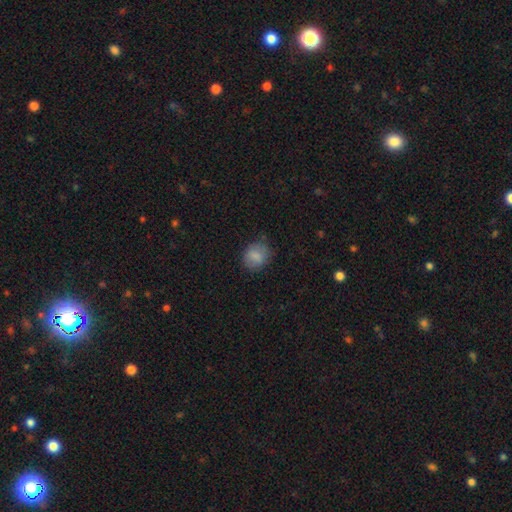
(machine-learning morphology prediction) A smooth galaxy with no disk features (83%) that is round (66%).

Vote fractions:
- Smooth or featured? smooth: 83% / star or artifact: 9% / featured or disk: 9%
- How rounded? round: 66% / in between: 33% / cigar-shaped: 1%
- Merging? none: 73% / minor disturbance: 20% / major disturbance: 6% / merger: 1%